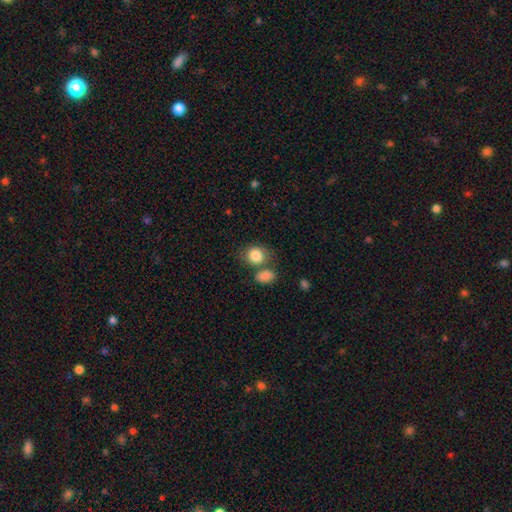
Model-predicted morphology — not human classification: This is clearly a smooth galaxy (84%). How rounded: likely round (63%). Merging: possibly none (55%).